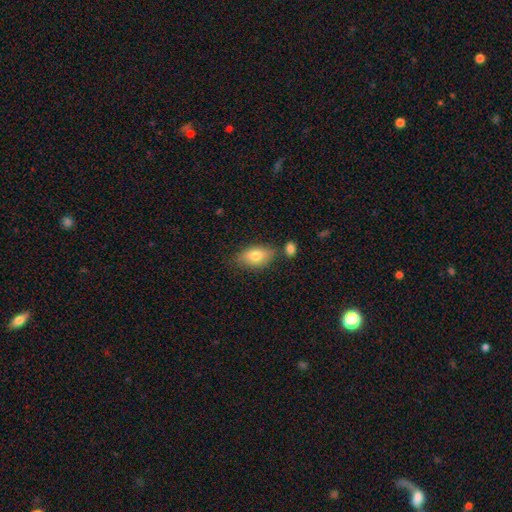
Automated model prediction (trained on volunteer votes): smooth-or-featured: smooth: 77% | featured or disk: 16% | star or artifact: 7%
  how-rounded: in between: 89% | round: 7% | cigar-shaped: 4%
  merging: none: 73% | minor disturbance: 16% | merger: 7% | major disturbance: 4%